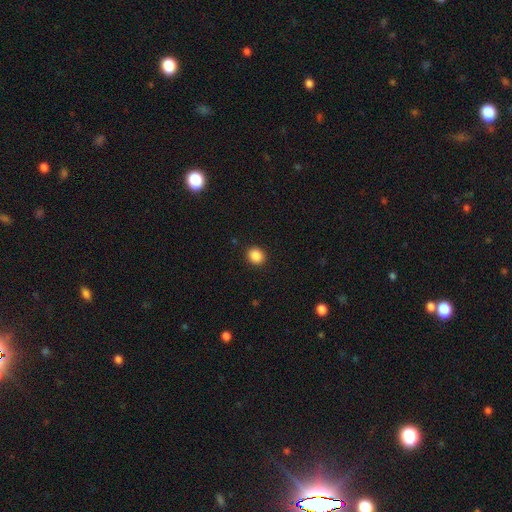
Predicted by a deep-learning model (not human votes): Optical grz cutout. It shows a smooth galaxy with no disk features (88%) that is round (75%). Merging: none (91%).